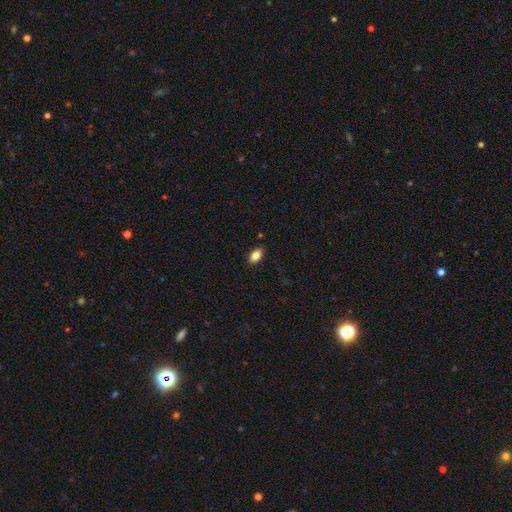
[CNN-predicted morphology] smooth 84%, star or artifact 8%, featured or disk 7%. Down the decision tree: how rounded — in between (89%); merging — none (87%).